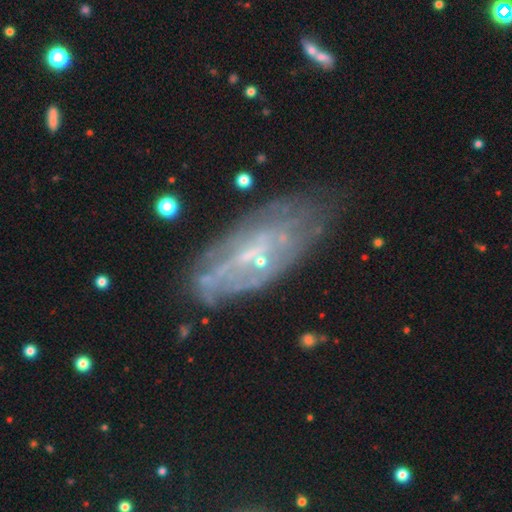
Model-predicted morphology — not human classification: Smooth or featured? featured or disk (70%)
Edge-on disk? no (85%)
Bar? no (55%)
Spiral arms? yes (54%)
Bulge size? small (68%)
Merging? none (61%)